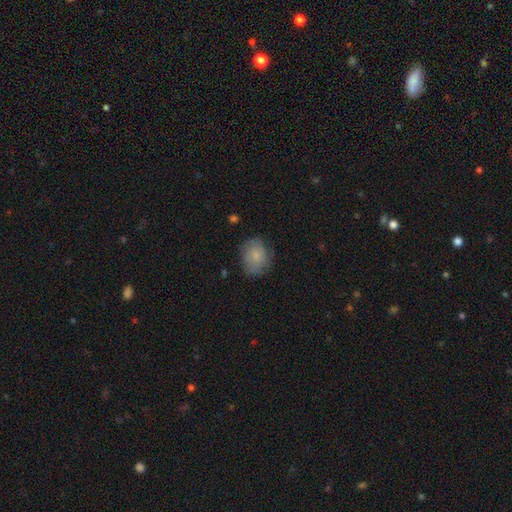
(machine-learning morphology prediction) type=smooth (74%); roundness=round (52%); merging=none (73%).